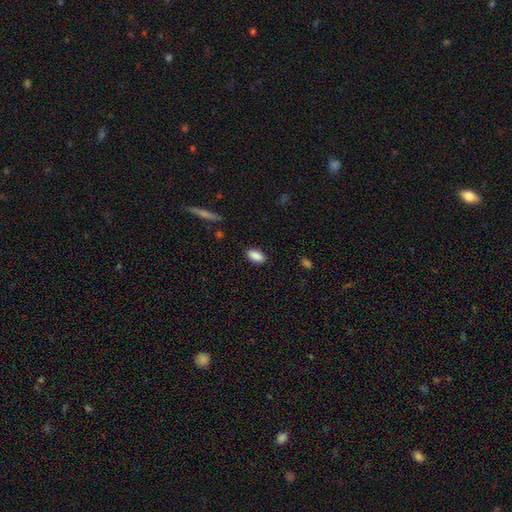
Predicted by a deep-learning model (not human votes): This is clearly a smooth galaxy (89%). How rounded: clearly in between (92%). Merging: clearly none (87%).